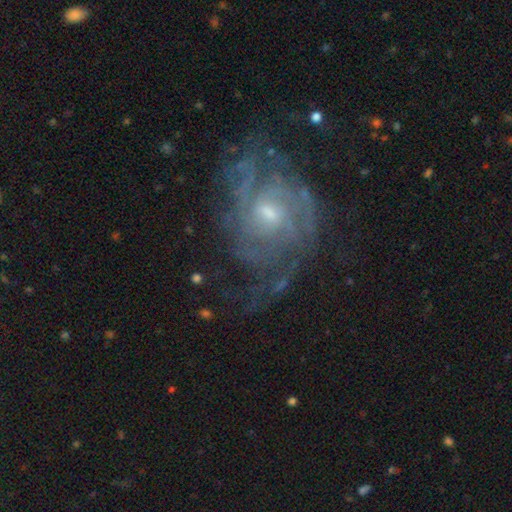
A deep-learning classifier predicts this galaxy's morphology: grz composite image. It shows a featured or disk galaxy (81%) with no bar (70%), tight (55%) spiral arms (92%) and a small central bulge (48%). Merging: none (66%).